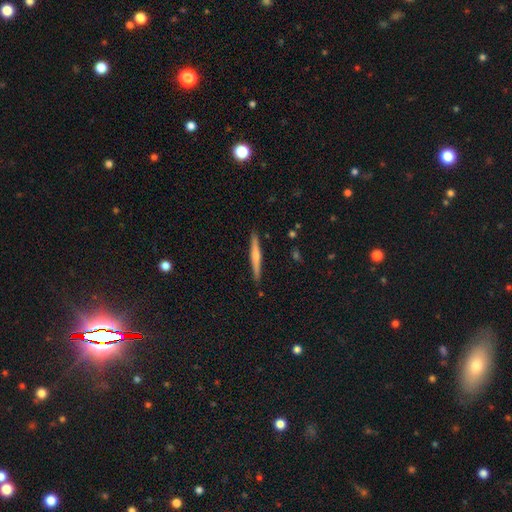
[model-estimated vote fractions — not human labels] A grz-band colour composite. It shows a featured or disk galaxy (50%). Merging: none (90%).